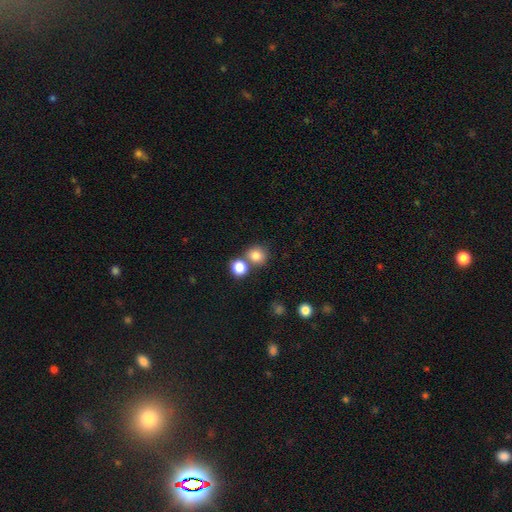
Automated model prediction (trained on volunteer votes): The model was most divided on "merging": none: 64%, merger: 25%, minor disturbance: 8%, major disturbance: 3%. More confident: how rounded — round (87%); smooth or featured — smooth (81%).